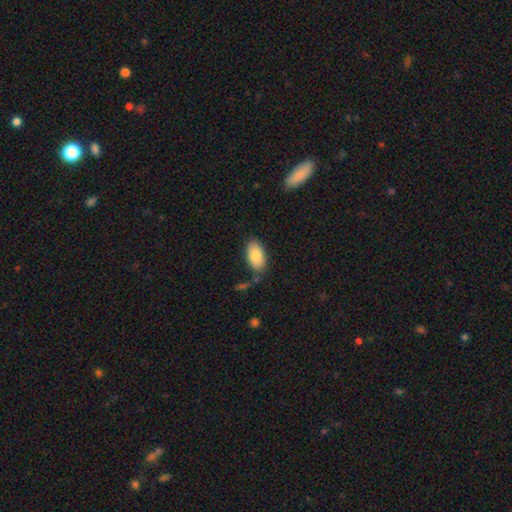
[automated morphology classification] smooth_or_featured: smooth (p=0.85) [alt: featured or disk p=0.08]
how_rounded: in between (p=0.94) [alt: round p=0.03]
merging: none (p=0.78) [alt: minor disturbance p=0.14]